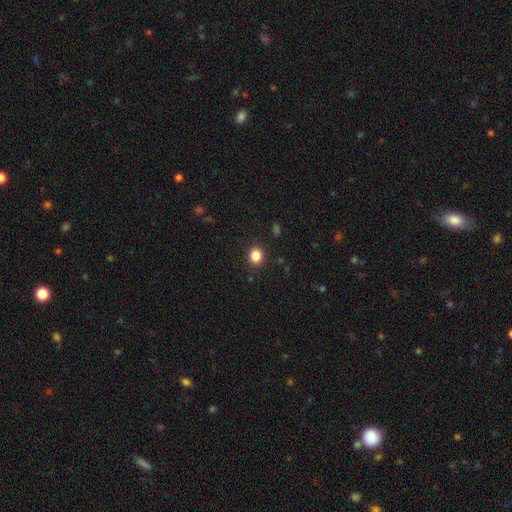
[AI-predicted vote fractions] A smooth galaxy with no disk features (86%) that is round (62%). Merging: none (90%).